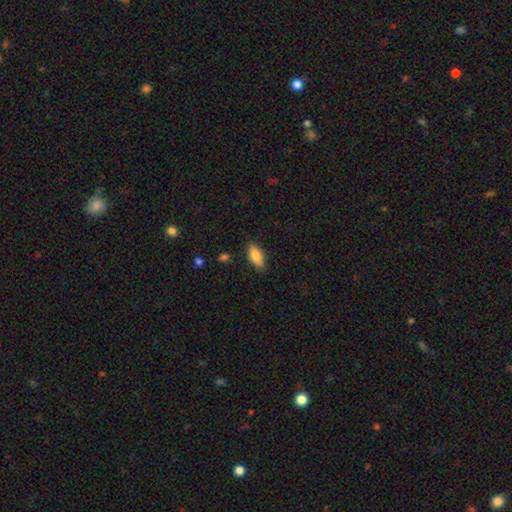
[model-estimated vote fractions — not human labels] A smooth galaxy with no disk features (83%) that is in between round and cigar-shaped (84%). Merging: none (85%).